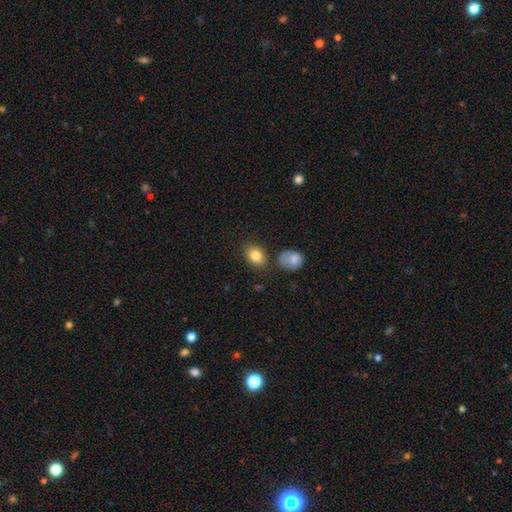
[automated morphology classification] smooth 83%, star or artifact 9%, featured or disk 8%. Down the decision tree: how rounded — in between (70%); merging — none (76%).